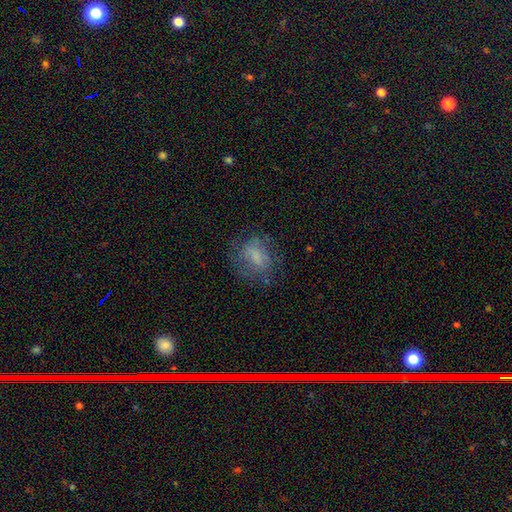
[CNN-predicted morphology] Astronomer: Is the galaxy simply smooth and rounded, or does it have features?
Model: smooth — 53% (runner-up: featured or disk, 34%).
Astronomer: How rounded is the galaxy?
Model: in between — 54% (runner-up: round, 43%).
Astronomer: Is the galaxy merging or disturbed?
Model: none — 60%.